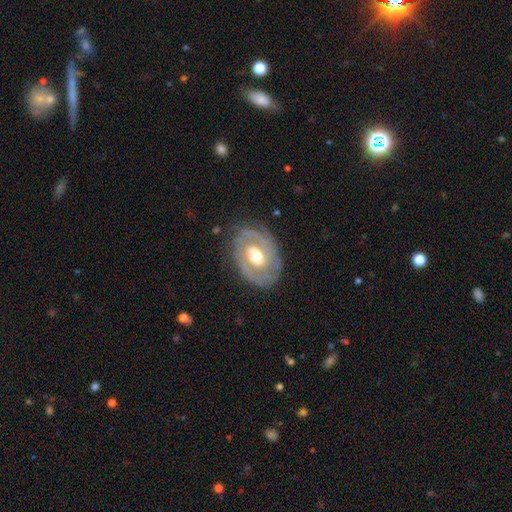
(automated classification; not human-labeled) Overall: featured or disk (76%). Edge-on disk: no (95%). Bar: no (48%; weak 37%). Spiral arms: yes (69%; no 31%). Bulge size: moderate (68%). Merging: none (77%).